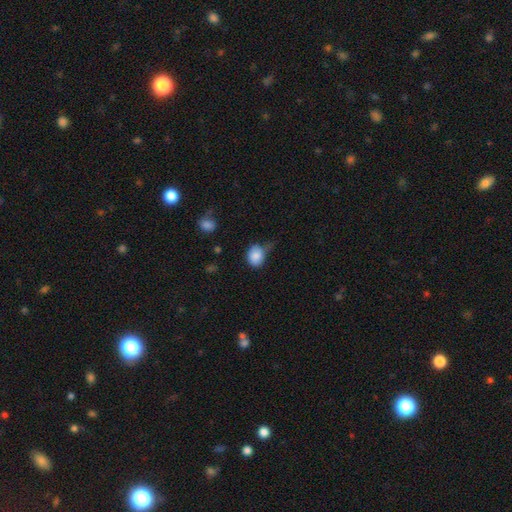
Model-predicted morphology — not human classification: Smooth or featured?
  - smooth: 85% *
  - star or artifact: 8%
  - featured or disk: 7%
How rounded?
  - round: 52% *
  - in between: 47%
  - cigar-shaped: 1%
Merging?
  - none: 47% *
  - minor disturbance: 36%
  - major disturbance: 11%
  - merger: 5%